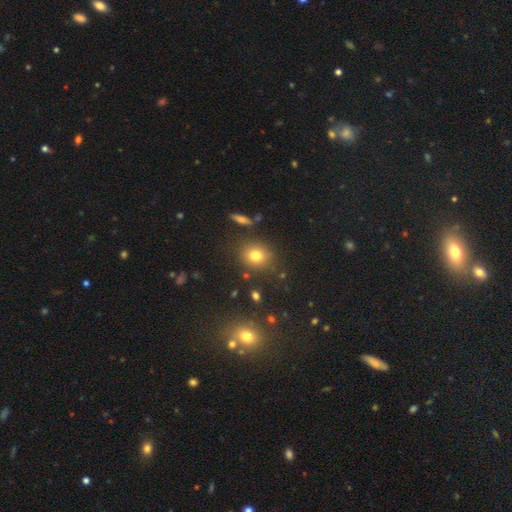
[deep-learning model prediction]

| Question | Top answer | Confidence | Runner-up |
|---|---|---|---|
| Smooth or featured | smooth | 75% | star or artifact (15%) |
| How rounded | round | 72% | in between (27%) |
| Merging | none | 83% | minor disturbance (10%) |